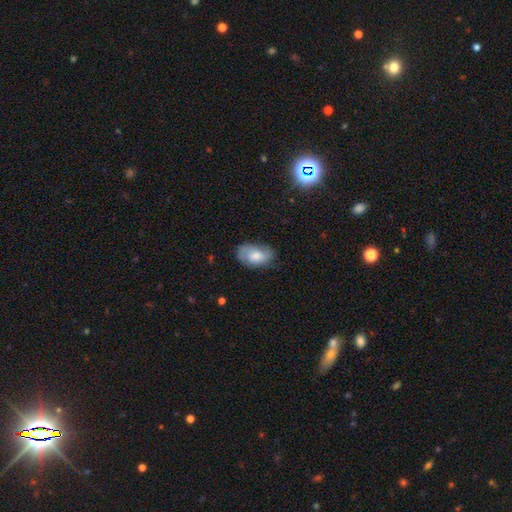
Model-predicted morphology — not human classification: Smooth or featured: smooth — 60% (featured or disk — 33%)
How rounded: in between — 91% (round — 7%)
Merging: none — 66% (minor disturbance — 26%)